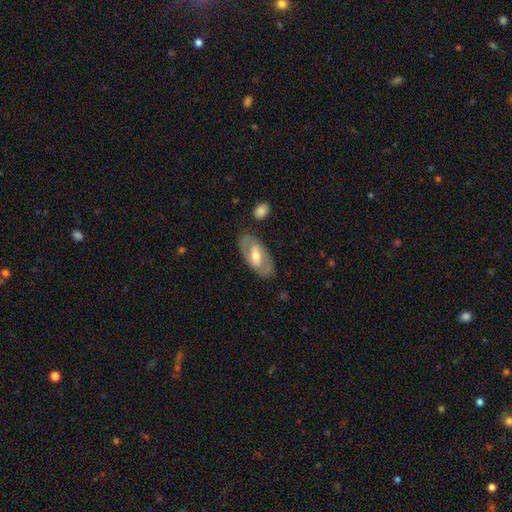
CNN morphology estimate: Q: Smooth or featured?
A: featured or disk (65%); runner-up: smooth (30%)
Q: Edge-on disk?
A: no (90%); runner-up: yes (10%)
Q: Bar?
A: weak (40%); runner-up: strong (33%)
Q: Spiral arms?
A: yes (55%); runner-up: no (45%)
Q: Bulge size?
A: moderate (67%); runner-up: small (22%)
Q: Merging?
A: none (80%); runner-up: minor disturbance (13%)